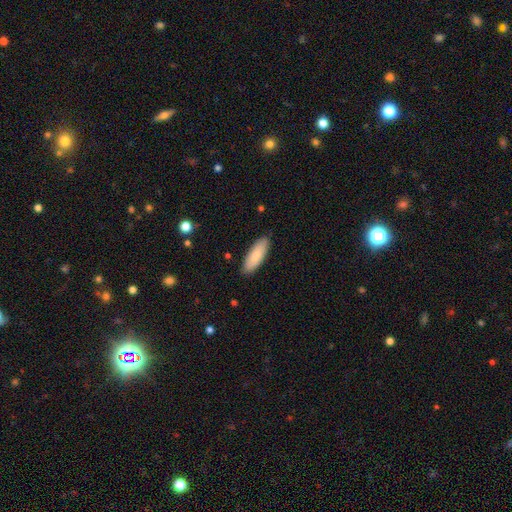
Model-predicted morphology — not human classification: Overall: smooth (85%). How rounded: in between (68%; cigar-shaped 30%). Merging: none (87%).